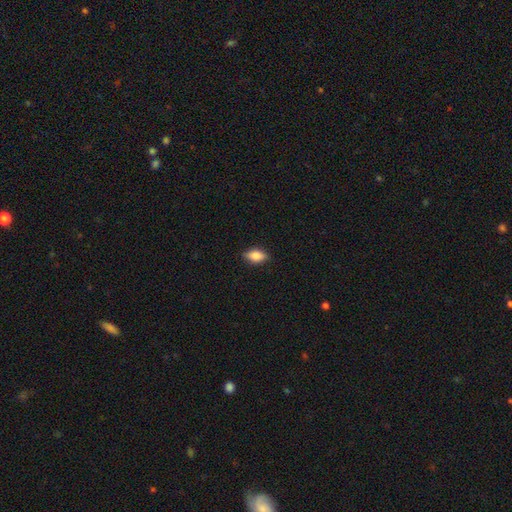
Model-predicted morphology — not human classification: Smooth or featured? Predicted: smooth (p=0.81). How rounded? Predicted: in between (p=0.87). Merging? Predicted: none (p=0.86).